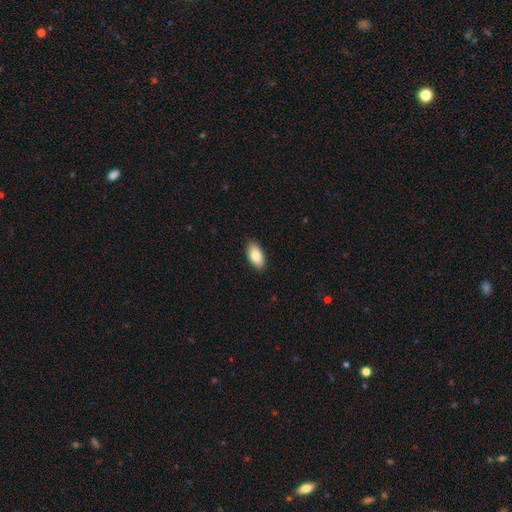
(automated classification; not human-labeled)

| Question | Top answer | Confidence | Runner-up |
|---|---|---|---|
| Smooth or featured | smooth | 82% | featured or disk (11%) |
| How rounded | in between | 91% | cigar-shaped (6%) |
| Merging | none | 89% | minor disturbance (9%) |